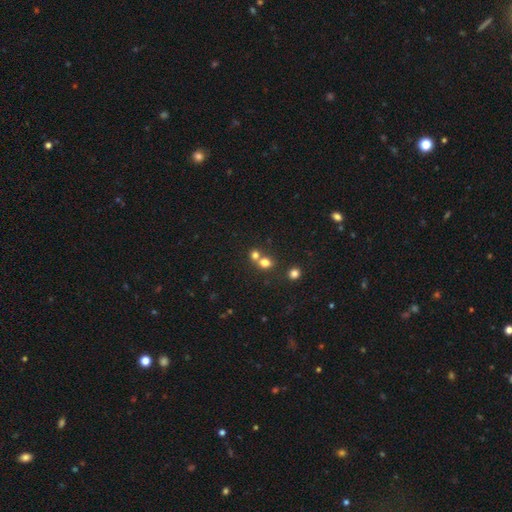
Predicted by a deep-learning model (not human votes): Smooth or featured?
  - smooth: 73% *
  - star or artifact: 16%
  - featured or disk: 10%
How rounded?
  - round: 74% *
  - in between: 25%
  - cigar-shaped: 1%
Merging?
  - merger: 52% *
  - none: 40%
  - minor disturbance: 6%
  - major disturbance: 3%